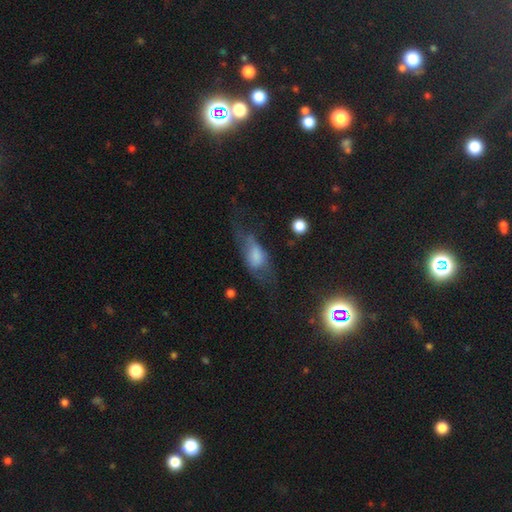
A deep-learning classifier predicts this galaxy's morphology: smooth 54%, featured or disk 35%, star or artifact 11%. Down the decision tree: how rounded — in between (79%); merging — major disturbance (41%).